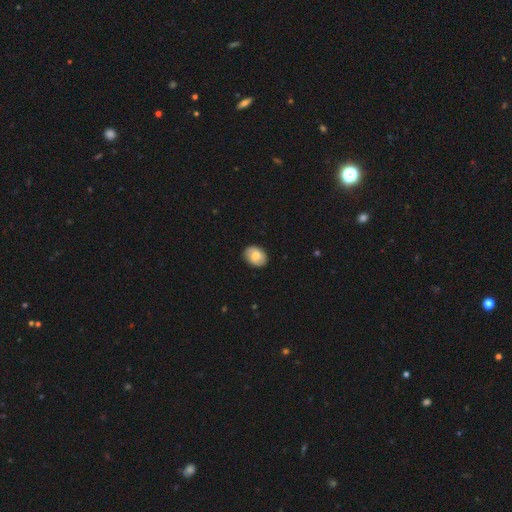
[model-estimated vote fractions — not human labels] A smooth galaxy with no disk features (68%) that is in between round and cigar-shaped (67%).

Vote fractions:
- Smooth or featured? smooth: 68% / featured or disk: 24% / star or artifact: 7%
- How rounded? in between: 67% / round: 32% / cigar-shaped: 1%
- Merging? none: 85% / minor disturbance: 11% / major disturbance: 2% / merger: 1%